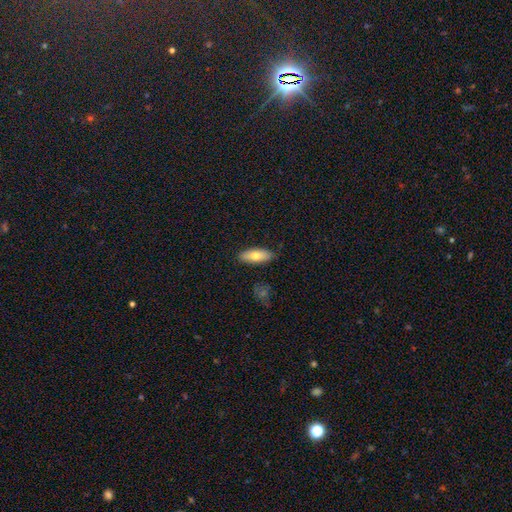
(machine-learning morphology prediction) Smooth or featured? Predicted: smooth (p=0.71). How rounded? Predicted: in between (p=0.70). Merging? Predicted: none (p=0.86).